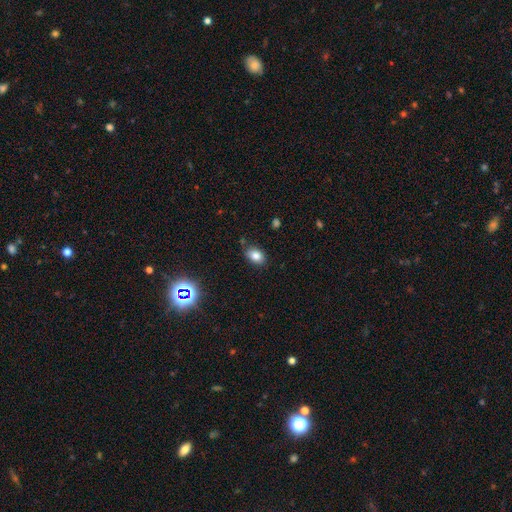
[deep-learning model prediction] smooth_or_featured: smooth (p=0.80) [alt: star or artifact p=0.12]
how_rounded: in between (p=0.81) [alt: round p=0.18]
merging: none (p=0.82) [alt: minor disturbance p=0.13]